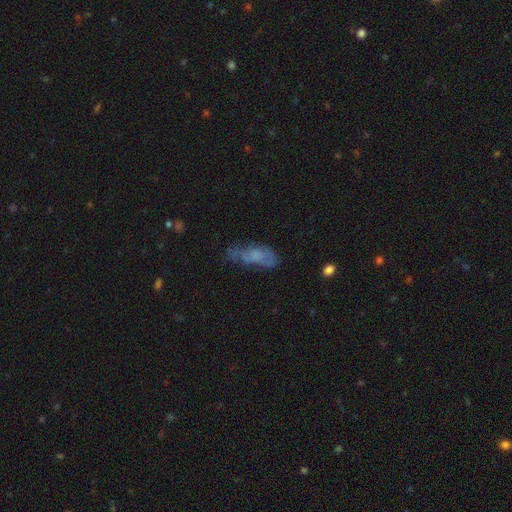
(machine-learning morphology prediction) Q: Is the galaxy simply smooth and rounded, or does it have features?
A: smooth — 52%.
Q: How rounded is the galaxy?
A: in between — 63%.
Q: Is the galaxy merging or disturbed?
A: none — 42%.